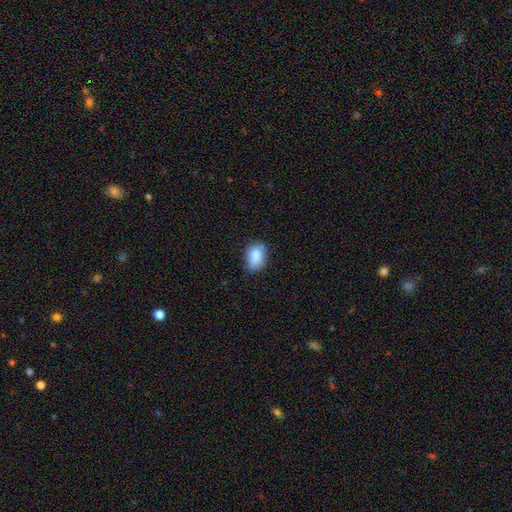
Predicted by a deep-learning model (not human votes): A smooth galaxy with no disk features (83%) that is in between round and cigar-shaped (75%). Merging: none (62%).